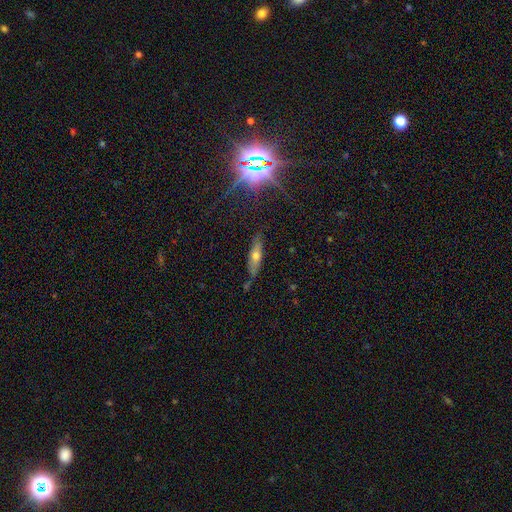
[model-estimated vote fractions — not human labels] The model was most divided on "smooth or featured": smooth: 45%, featured or disk: 44%, star or artifact: 11%. More confident: merging — none (77%).